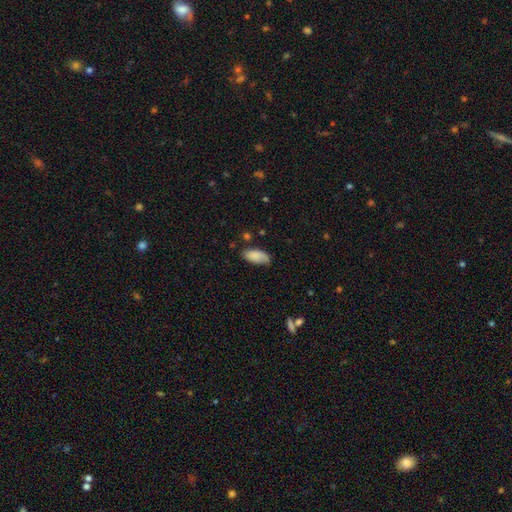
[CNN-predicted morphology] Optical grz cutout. It shows a smooth galaxy with no disk features (82%) that is in between round and cigar-shaped (90%). Merging: none (60%).